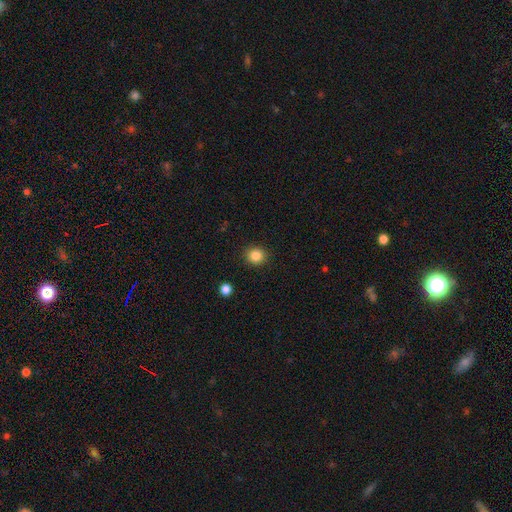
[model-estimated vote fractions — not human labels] This appears to be a smooth galaxy with no disk features (85%) that is round (89%). Merging: none (91%).